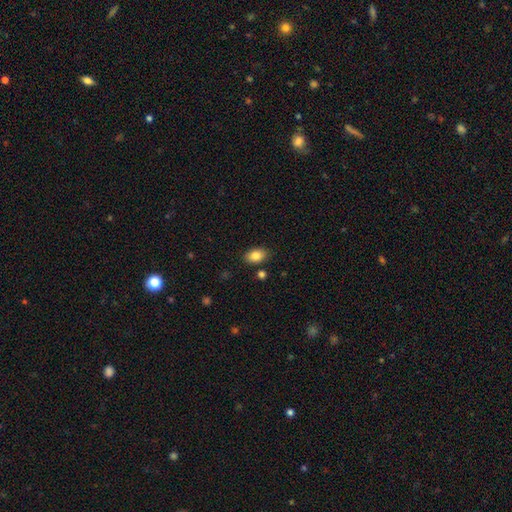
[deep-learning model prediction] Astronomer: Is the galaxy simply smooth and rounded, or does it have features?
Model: smooth — 85%.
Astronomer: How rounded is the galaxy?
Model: in between — 86%.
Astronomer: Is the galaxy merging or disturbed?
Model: none — 84%.